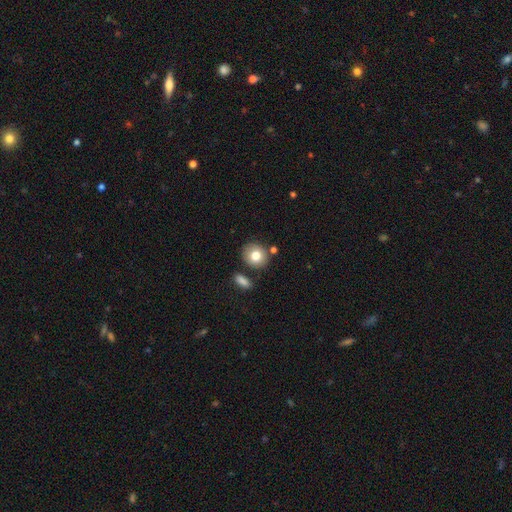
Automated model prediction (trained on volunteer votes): Smooth or featured: smooth — 78% (featured or disk — 13%)
How rounded: round — 81% (in between — 18%)
Merging: none — 75% (minor disturbance — 12%)